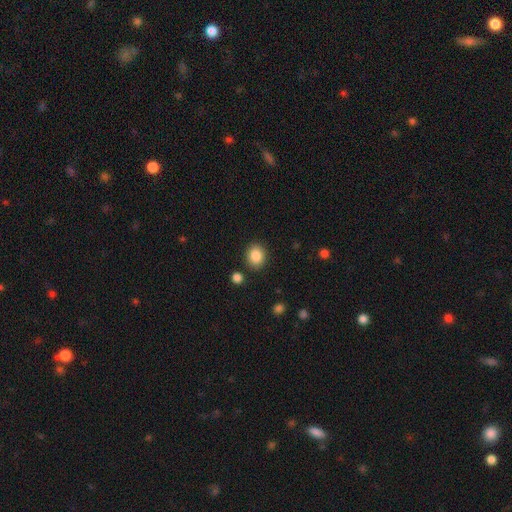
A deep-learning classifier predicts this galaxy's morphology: Smooth or featured? smooth (87%)
How rounded? round (66%)
Merging? none (86%)